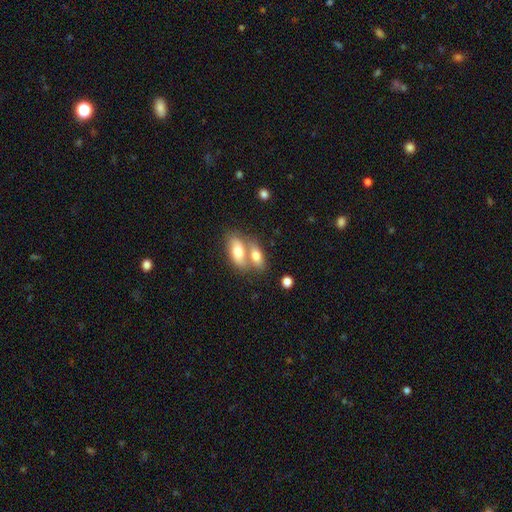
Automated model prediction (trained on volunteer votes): Smooth or featured? Predicted: smooth (p=0.73). How rounded? Predicted: in between (p=0.84). Merging? Predicted: merger (p=0.64).